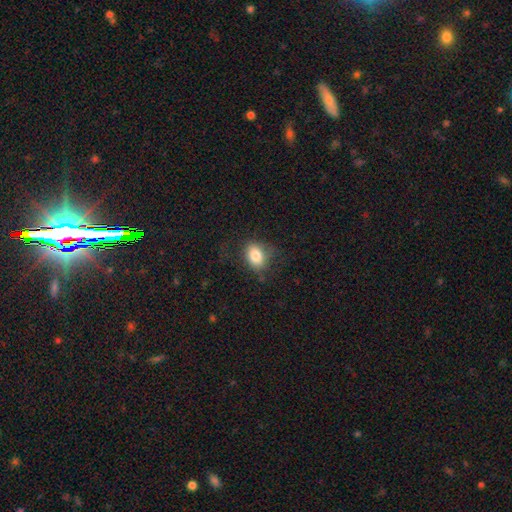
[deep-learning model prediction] Smooth or featured? smooth (81%)
How rounded? in between (68%)
Merging? none (70%)